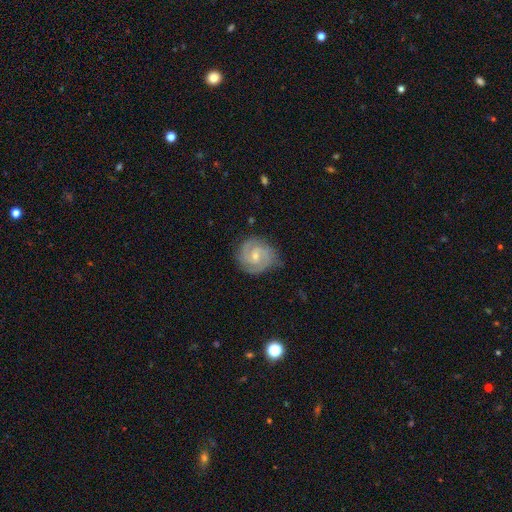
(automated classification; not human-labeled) Smooth or featured? featured or disk (87%)
Edge-on disk? no (98%)
Bar? no (49%)
Spiral arms? yes (98%)
Spiral winding? tight (59%)
Spiral arm count? 2 (65%)
Bulge size? small (61%)
Merging? none (78%)